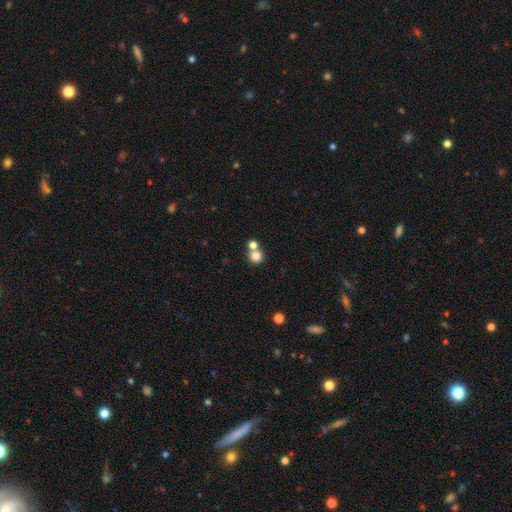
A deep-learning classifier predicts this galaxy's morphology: This appears to be a smooth galaxy with no disk features (80%) that is round (90%). Merging: none (52%).